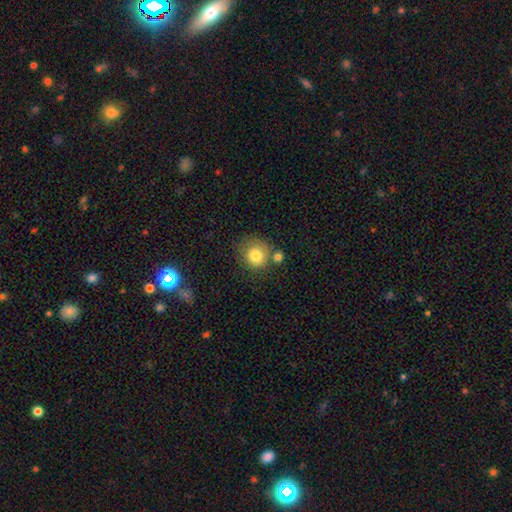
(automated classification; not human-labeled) smooth_or_featured: smooth (p=0.81) [alt: star or artifact p=0.10]
how_rounded: round (p=0.88) [alt: in between p=0.11]
merging: none (p=0.66) [alt: merger p=0.15]